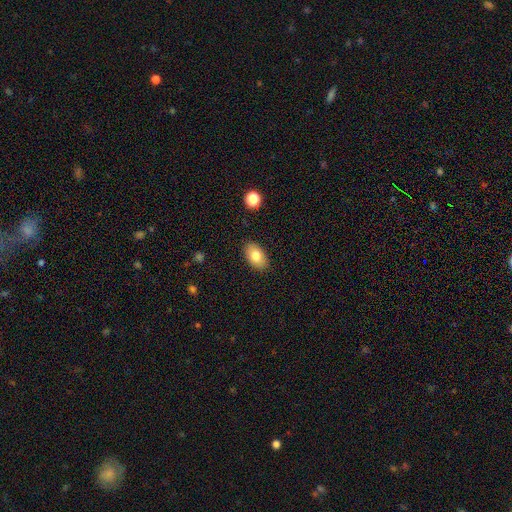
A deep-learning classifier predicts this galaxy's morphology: Smooth or featured? Predicted: smooth (p=0.80). How rounded? Predicted: in between (p=0.92). Merging? Predicted: none (p=0.87).